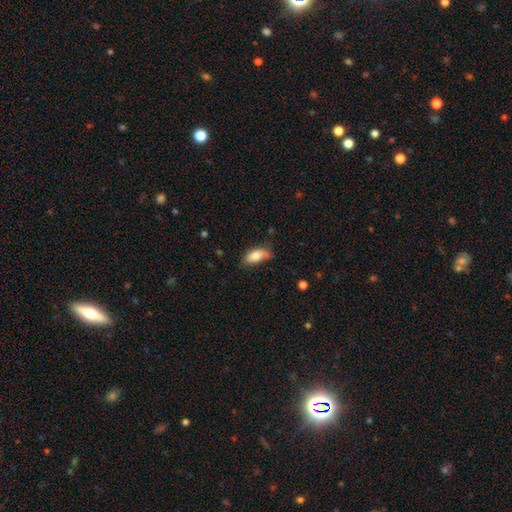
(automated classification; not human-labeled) smooth-or-featured: smooth: 81% | featured or disk: 12% | star or artifact: 7%
  how-rounded: in between: 88% | cigar-shaped: 8% | round: 3%
  merging: none: 56% | minor disturbance: 34% | major disturbance: 8% | merger: 3%